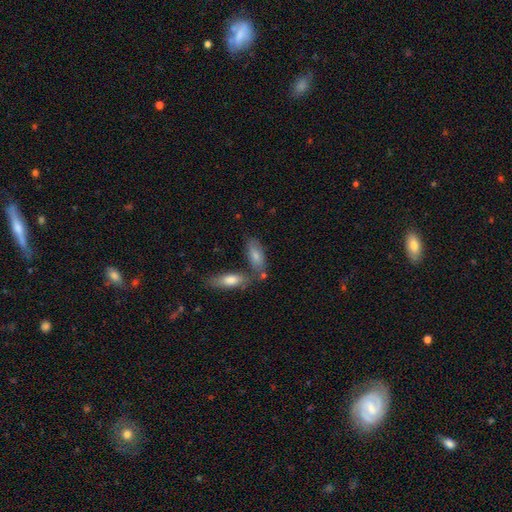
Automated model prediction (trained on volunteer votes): Smooth or featured? smooth (76%)
How rounded? in between (76%)
Merging? none (55%)